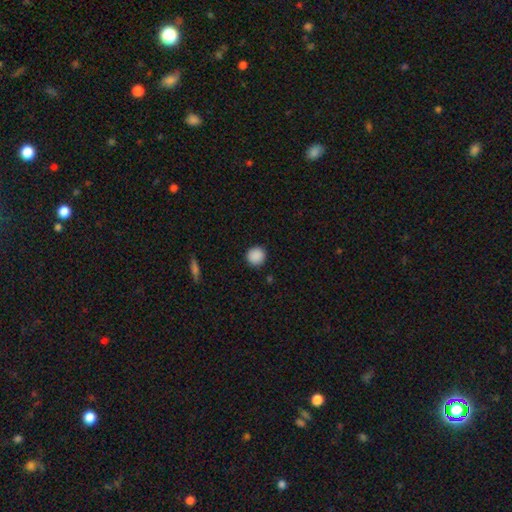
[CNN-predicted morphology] Smooth or featured? smooth (89%)
How rounded? round (93%)
Merging? none (91%)